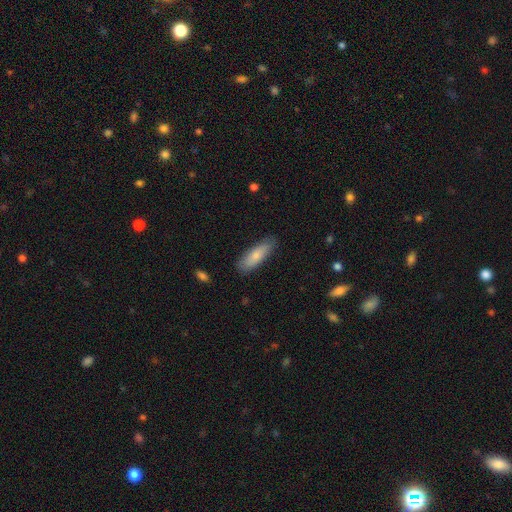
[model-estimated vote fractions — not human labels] The model was most divided on "how rounded": in between: 52%, cigar-shaped: 47%, round: 2%. More confident: merging — none (82%); smooth or featured — smooth (77%).